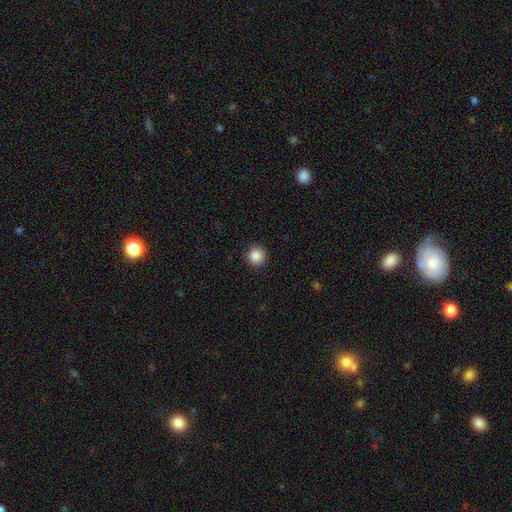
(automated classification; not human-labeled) Smooth or featured? Predicted: smooth (p=0.87). How rounded? Predicted: round (p=0.95). Merging? Predicted: none (p=0.93).